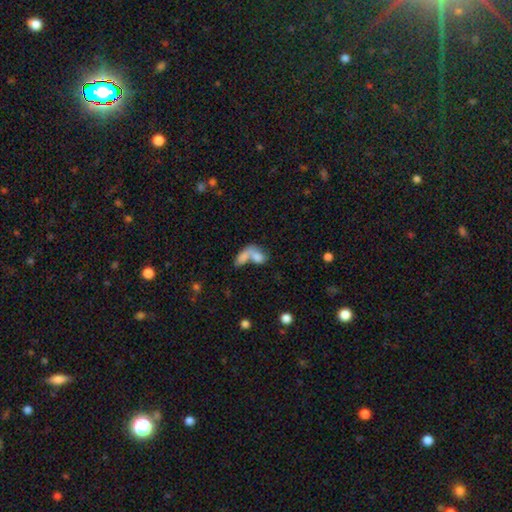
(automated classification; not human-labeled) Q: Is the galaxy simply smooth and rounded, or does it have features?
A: smooth — 75%.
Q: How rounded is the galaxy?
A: in between — 79%.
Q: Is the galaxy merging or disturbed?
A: merger — 71%.